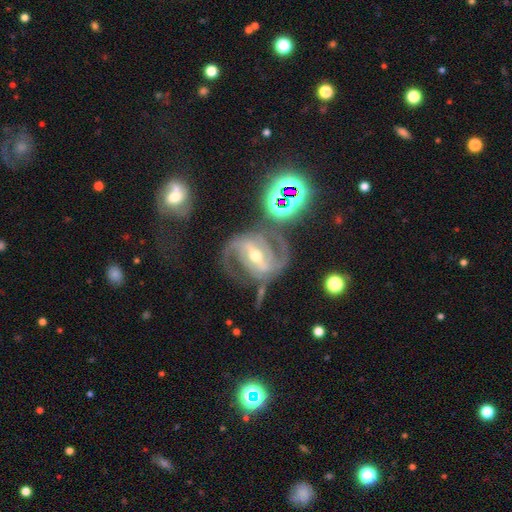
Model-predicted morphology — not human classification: type=featured or disk (88%); edge-on=no (97%); bar=strong (66%); spiral arms=yes (97%); winding=medium (56%); arm count=2 (81%); bulge=moderate (66%); merging=none (62%).